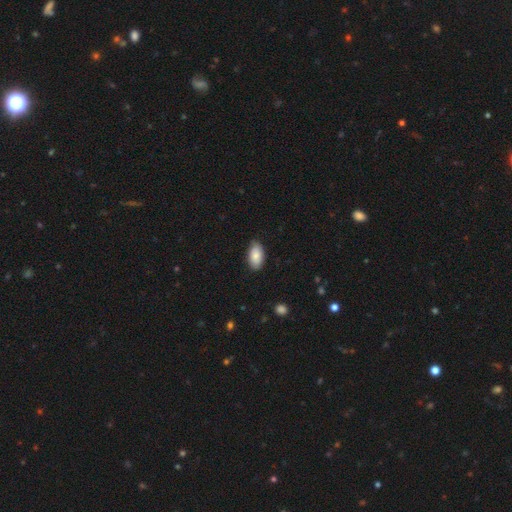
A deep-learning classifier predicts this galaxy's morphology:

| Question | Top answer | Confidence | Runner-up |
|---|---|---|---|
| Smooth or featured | smooth | 85% | featured or disk (8%) |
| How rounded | in between | 94% | round (3%) |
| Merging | none | 83% | minor disturbance (13%) |